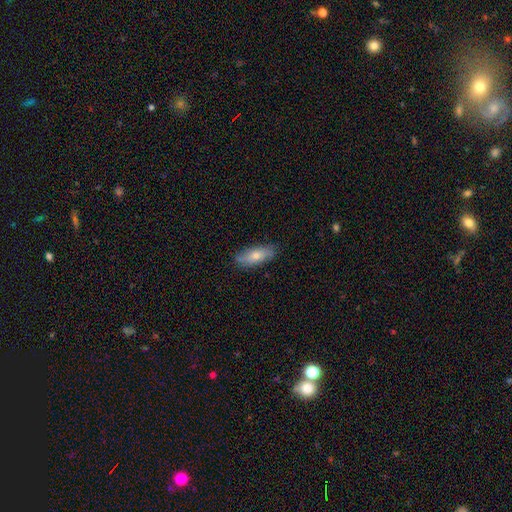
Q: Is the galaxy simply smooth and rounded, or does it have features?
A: smooth — 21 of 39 (54%).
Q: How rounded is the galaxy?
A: in between — 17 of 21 (81%).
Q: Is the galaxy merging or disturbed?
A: none — 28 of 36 (78%).